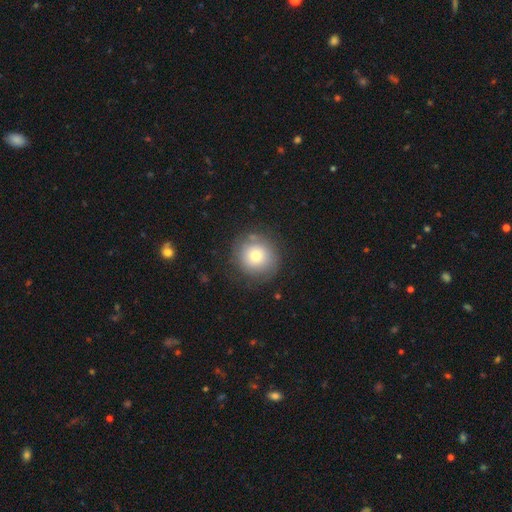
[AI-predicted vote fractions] Q: Smooth or featured?
A: smooth (71%); runner-up: featured or disk (19%)
Q: How rounded?
A: round (92%); runner-up: in between (7%)
Q: Merging?
A: none (81%); runner-up: minor disturbance (13%)